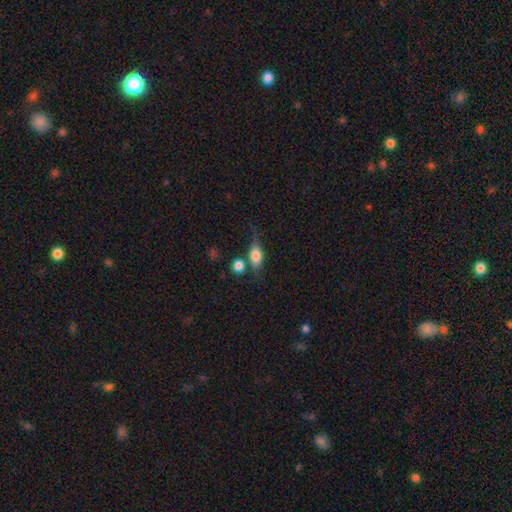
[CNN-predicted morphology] The model was most divided on "merging": none: 58%, minor disturbance: 21%, merger: 13%, major disturbance: 8%. More confident: how rounded — in between (71%); smooth or featured — smooth (66%).